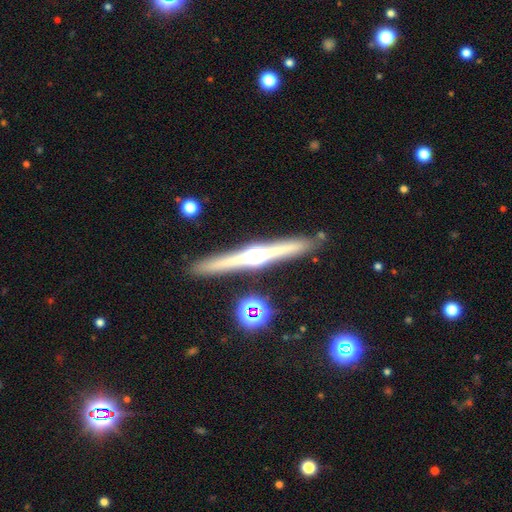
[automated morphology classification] A featured or disk galaxy (76%) viewed edge-on (97%) with a rounded central bulge (91%).

Vote fractions:
- Smooth or featured? featured or disk: 76% / smooth: 16% / star or artifact: 8%
- Edge-on disk? yes: 97% / no: 3%
- Edge-on bulge? rounded: 91% / boxy: 6% / none: 3%
- Merging? none: 89% / minor disturbance: 7% / merger: 3% / major disturbance: 2%